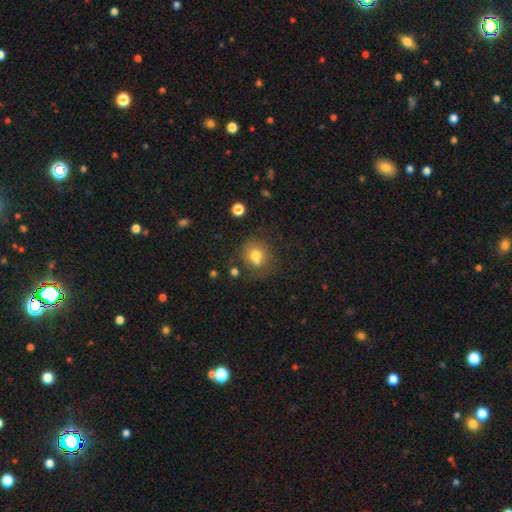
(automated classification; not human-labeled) Smooth or featured? smooth (73%)
How rounded? round (79%)
Merging? none (54%)